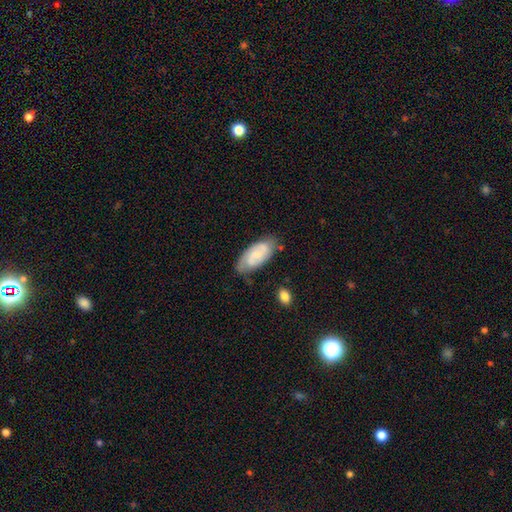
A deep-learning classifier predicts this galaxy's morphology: This appears to be a featured or disk galaxy (60%) with no bar (49%), 2 (73%) medium (43%) spiral arms (89%) and a small central bulge (59%). Merging: none (68%).